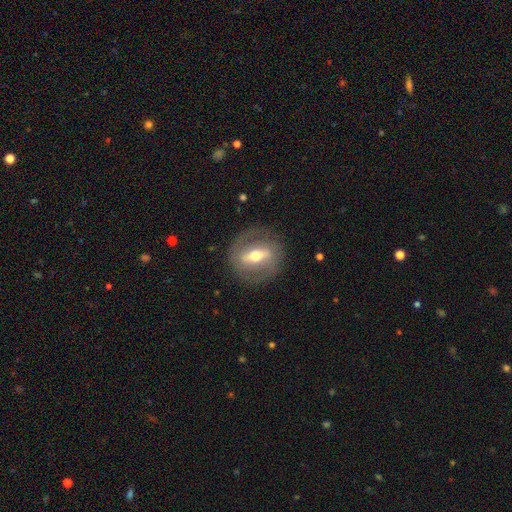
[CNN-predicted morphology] This appears to be a featured or disk galaxy (73%) with a strong bar (63%), no spiral arms (50%, tied with yes) and a moderate central bulge (68%). Merging: none (81%).